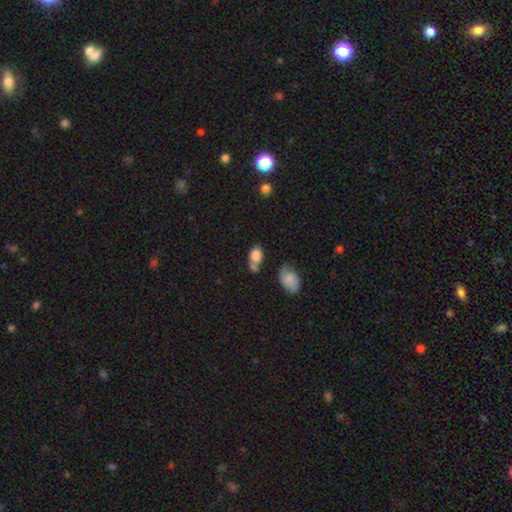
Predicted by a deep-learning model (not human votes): This appears to be a smooth galaxy with no disk features (82%) that is in between round and cigar-shaped (69%). Merging: none (41%).